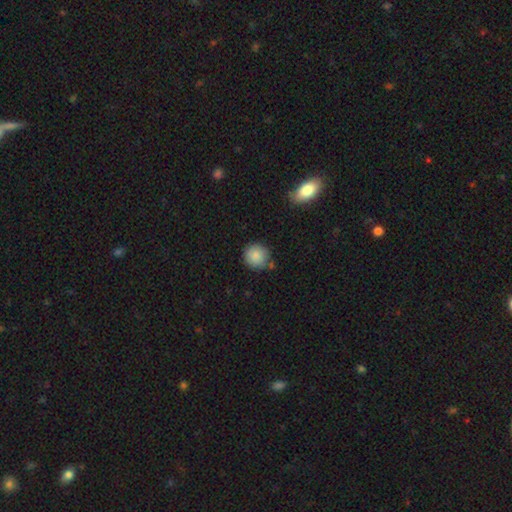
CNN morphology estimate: Smooth or featured: smooth — 86% (star or artifact — 8%)
How rounded: round — 92% (in between — 7%)
Merging: none — 79% (minor disturbance — 12%)